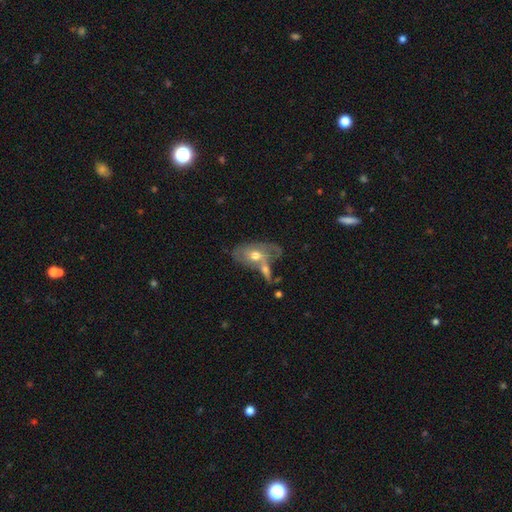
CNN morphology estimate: smooth_or_featured: featured or disk (p=0.47) [alt: smooth p=0.46]
merging: merger (p=0.46) [alt: none p=0.29]